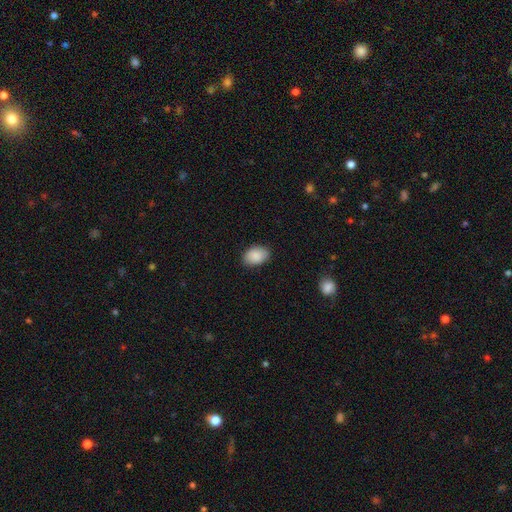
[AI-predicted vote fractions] This is clearly a smooth galaxy (89%). How rounded: clearly in between (86%). Merging: clearly none (85%).